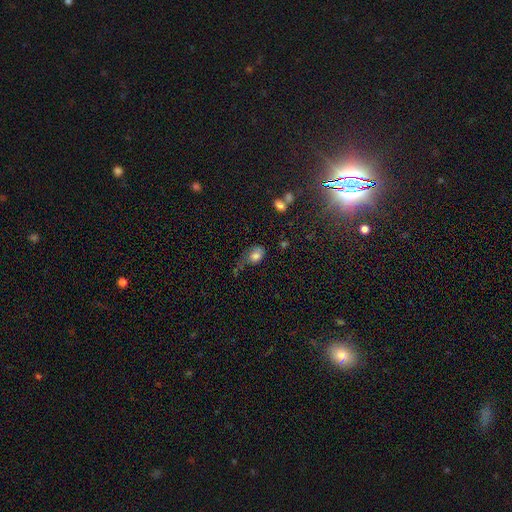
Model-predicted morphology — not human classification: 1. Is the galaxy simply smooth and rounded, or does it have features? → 77% smooth, 13% featured or disk, 10% star or artifact.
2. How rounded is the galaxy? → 73% in between, 25% round, 2% cigar-shaped.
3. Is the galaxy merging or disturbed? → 32% minor disturbance, 30% none, 29% major disturbance, 9% merger.